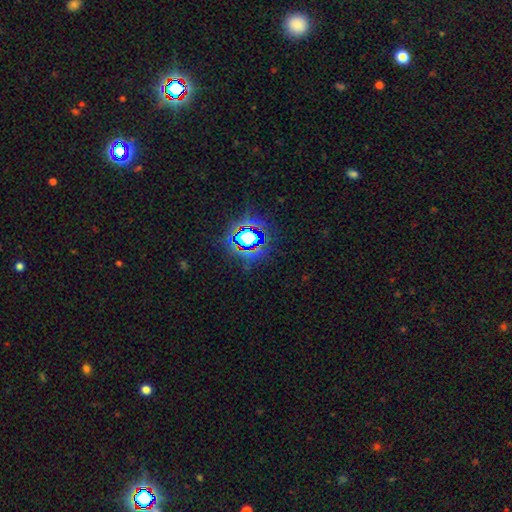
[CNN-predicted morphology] The model was most divided on "smooth or featured": star or artifact: 76%, smooth: 16%, featured or disk: 8%.